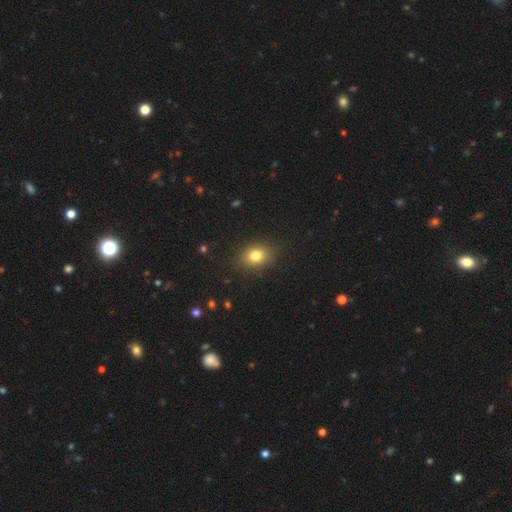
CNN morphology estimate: This appears to be a smooth galaxy with no disk features (80%) that is in between round and cigar-shaped (59%). Merging: none (86%).